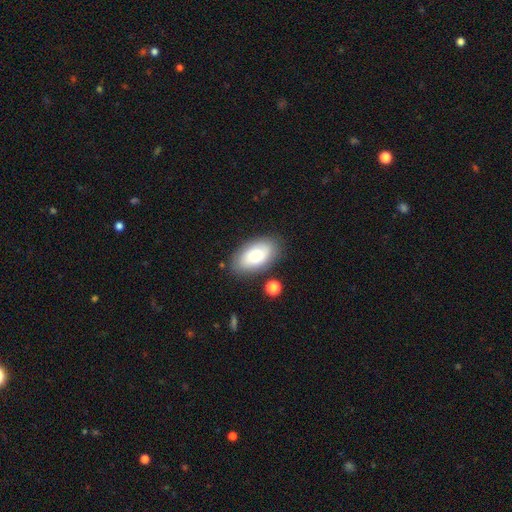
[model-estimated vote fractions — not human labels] This appears to be a smooth galaxy with no disk features (74%) that is in between round and cigar-shaped (94%). Merging: none (79%).